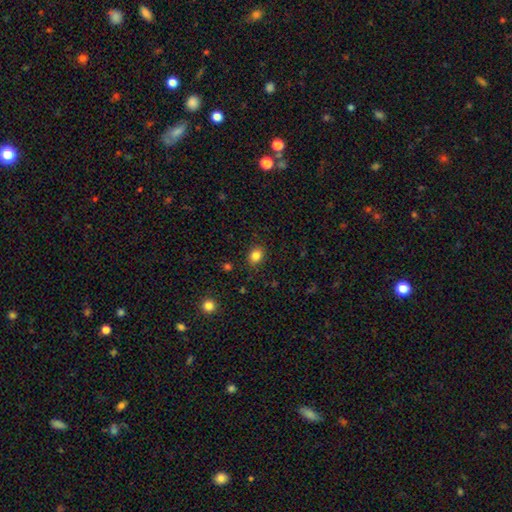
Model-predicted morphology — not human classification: This is clearly a smooth galaxy (84%). How rounded: possibly round (55%). Merging: clearly none (88%).